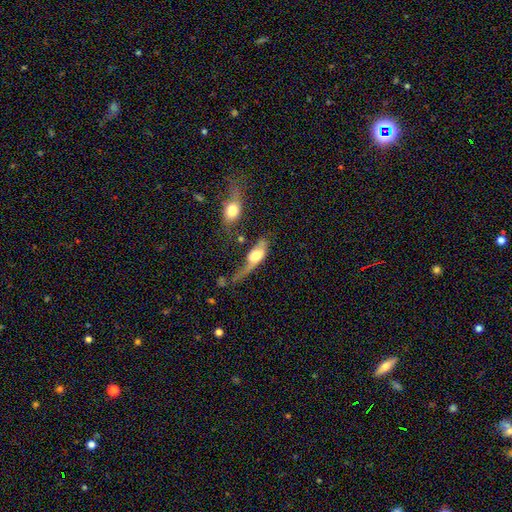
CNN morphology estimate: This is possibly a smooth galaxy (51%). How rounded: likely in between (71%). Merging: marginally major disturbance (40%).